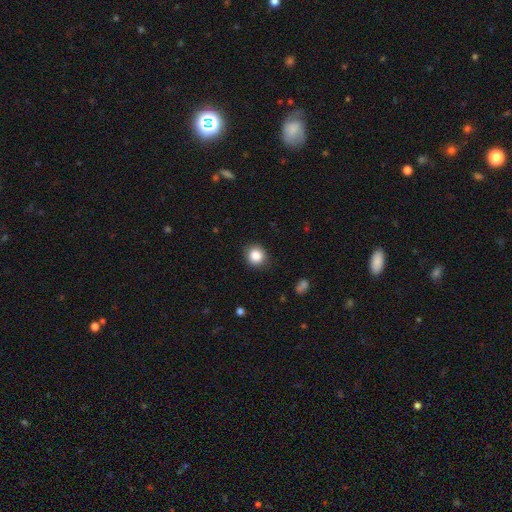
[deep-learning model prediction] smooth_or_featured: smooth (p=0.86) [alt: star or artifact p=0.10]
how_rounded: round (p=0.87) [alt: in between p=0.12]
merging: none (p=0.88) [alt: minor disturbance p=0.09]